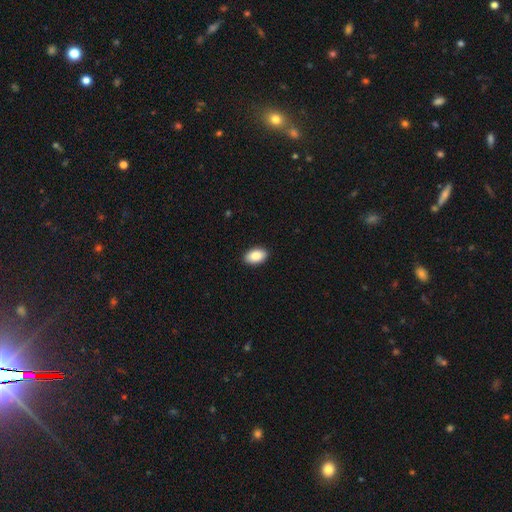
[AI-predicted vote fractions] Smooth or featured? smooth (87%)
How rounded? in between (93%)
Merging? none (91%)